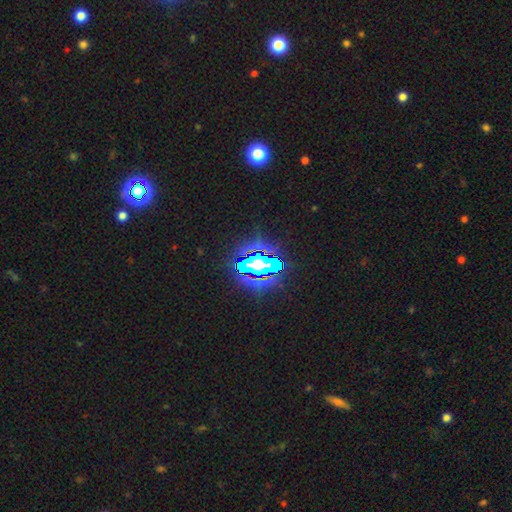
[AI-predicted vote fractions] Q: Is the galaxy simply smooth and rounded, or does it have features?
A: star or artifact — 79%.